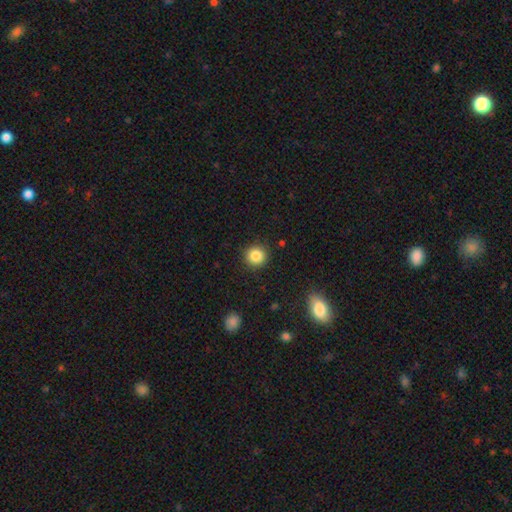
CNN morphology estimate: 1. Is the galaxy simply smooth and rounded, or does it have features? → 85% smooth, 10% star or artifact, 4% featured or disk.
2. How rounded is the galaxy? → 93% round, 6% in between, 1% cigar-shaped.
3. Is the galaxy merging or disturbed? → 90% none, 6% minor disturbance, 2% major disturbance, 1% merger.